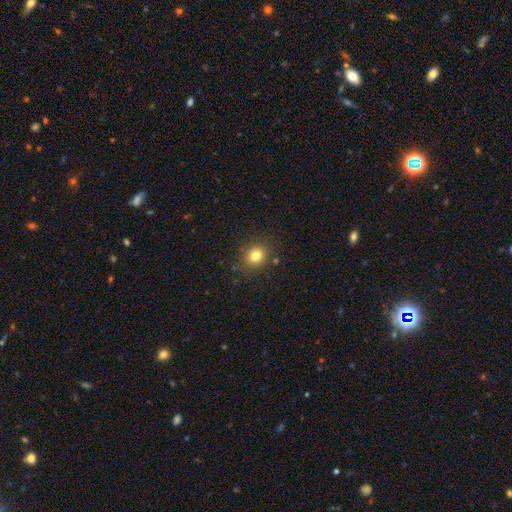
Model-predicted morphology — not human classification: Smooth or featured: smooth — 80% (star or artifact — 13%)
How rounded: round — 75% (in between — 24%)
Merging: none — 84% (minor disturbance — 10%)